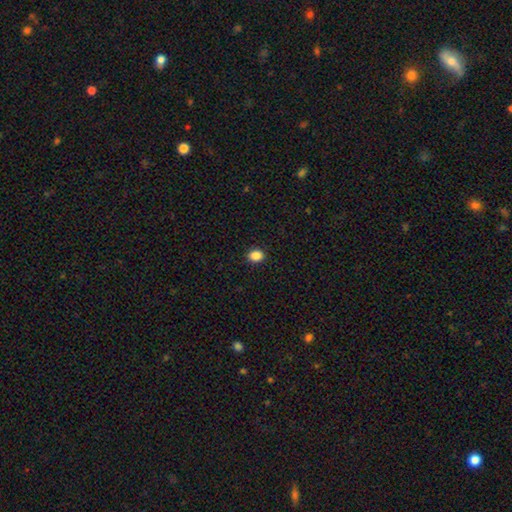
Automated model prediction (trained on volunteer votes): smooth 87%, star or artifact 10%, featured or disk 3%. Down the decision tree: how rounded — round (52%); merging — none (92%).